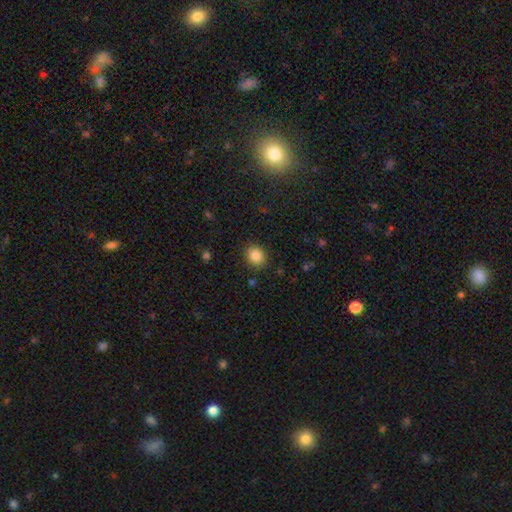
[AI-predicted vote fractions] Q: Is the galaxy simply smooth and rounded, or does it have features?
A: smooth — 86%.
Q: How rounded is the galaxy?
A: round — 64%.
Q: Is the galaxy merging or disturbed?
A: none — 87%.